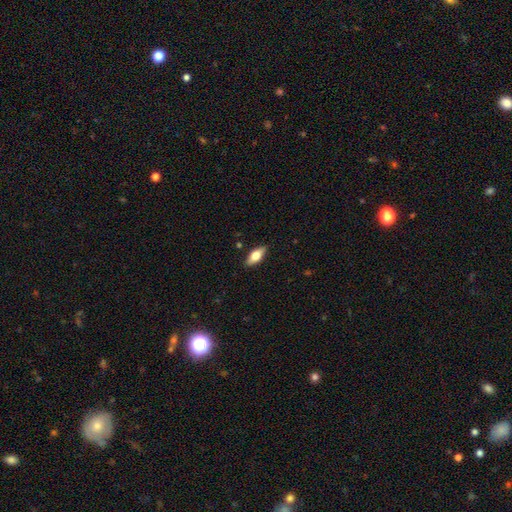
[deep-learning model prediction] smooth_or_featured: smooth (p=0.64) [alt: featured or disk p=0.30]
how_rounded: in between (p=0.80) [alt: cigar-shaped p=0.17]
merging: none (p=0.87) [alt: minor disturbance p=0.10]